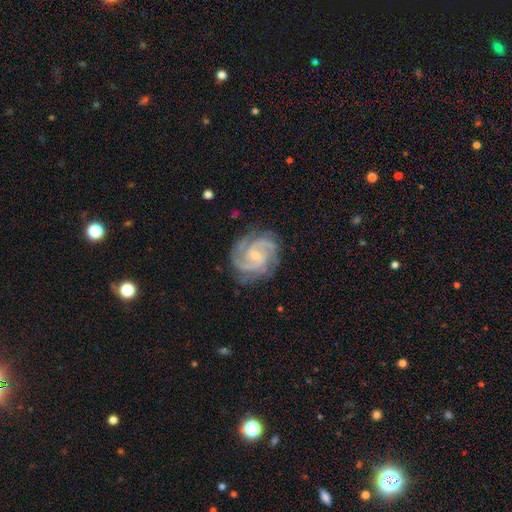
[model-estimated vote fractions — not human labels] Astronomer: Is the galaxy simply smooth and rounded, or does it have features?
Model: featured or disk — 91%.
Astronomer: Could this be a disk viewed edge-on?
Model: no — 98%.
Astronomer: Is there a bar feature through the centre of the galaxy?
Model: no — 48% (runner-up: weak, 43%).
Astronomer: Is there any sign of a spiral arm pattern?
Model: yes — 98%.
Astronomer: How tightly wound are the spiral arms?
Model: tight — 52% (runner-up: medium, 42%).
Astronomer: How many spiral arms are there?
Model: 2 — 44% (runner-up: 3, 29%).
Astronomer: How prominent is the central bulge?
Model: small — 69%.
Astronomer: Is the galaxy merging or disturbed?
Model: none — 77%.